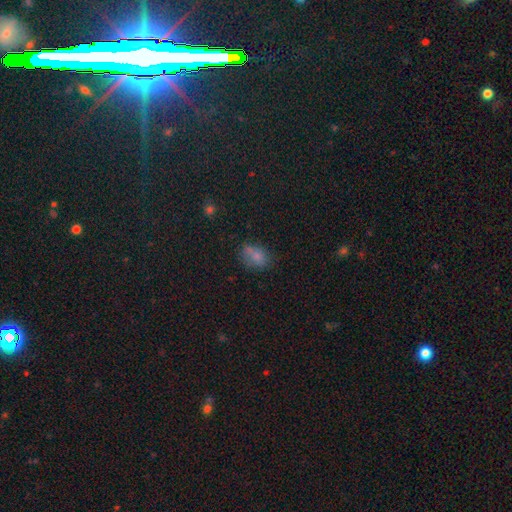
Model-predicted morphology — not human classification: A smooth galaxy with no disk features (75%) that is in between round and cigar-shaped (66%). Merging: none (54%).